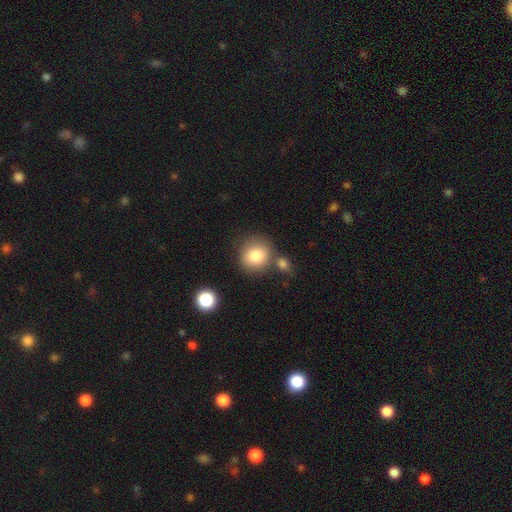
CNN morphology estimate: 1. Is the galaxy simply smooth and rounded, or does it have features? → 82% smooth, 9% featured or disk, 9% star or artifact.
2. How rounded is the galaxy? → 85% round, 14% in between, 1% cigar-shaped.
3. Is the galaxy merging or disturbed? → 66% none, 17% merger, 12% minor disturbance, 4% major disturbance.